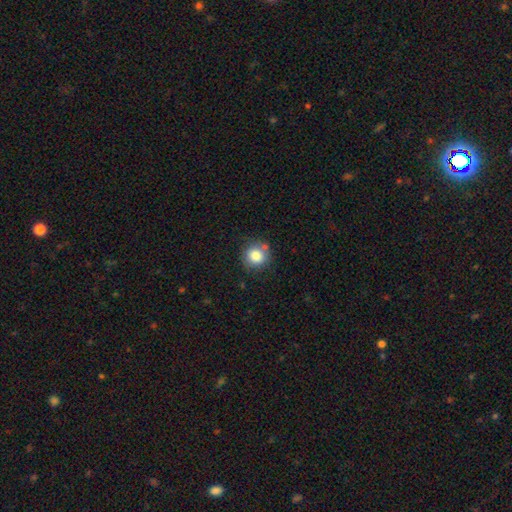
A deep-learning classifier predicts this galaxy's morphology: Q: Smooth or featured?
A: smooth (84%); runner-up: star or artifact (10%)
Q: How rounded?
A: round (90%); runner-up: in between (9%)
Q: Merging?
A: none (77%); runner-up: minor disturbance (13%)